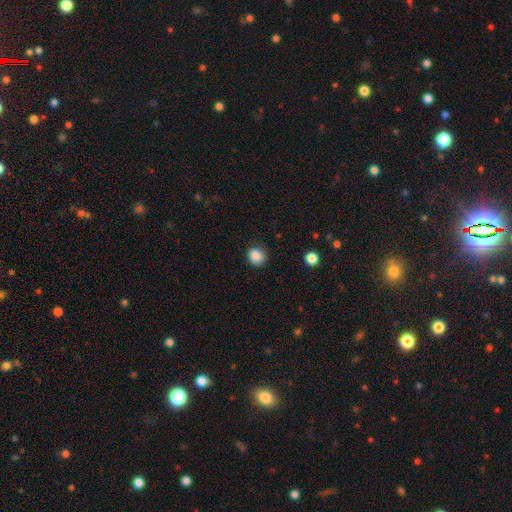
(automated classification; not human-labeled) Smooth or featured? Predicted: smooth (p=0.86). How rounded? Predicted: round (p=0.82). Merging? Predicted: none (p=0.82).